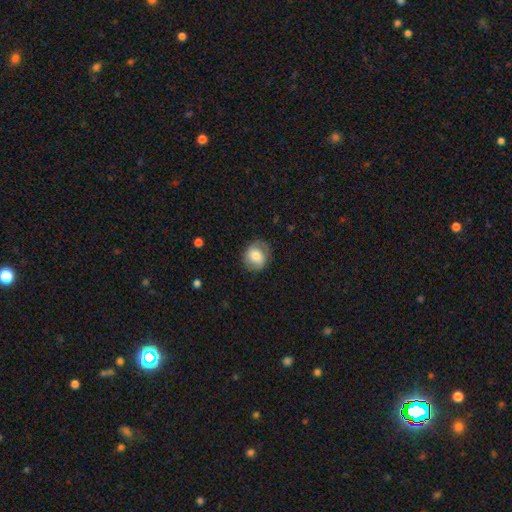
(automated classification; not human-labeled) This is likely a smooth galaxy (66%). How rounded: likely round (73%). Merging: likely none (72%).